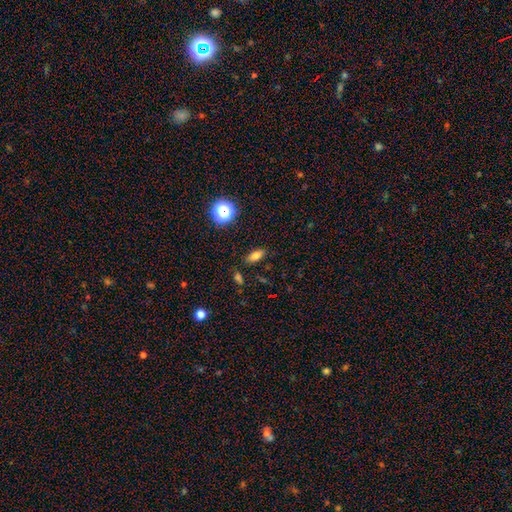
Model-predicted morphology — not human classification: A smooth galaxy with no disk features (76%) that is in between round and cigar-shaped (78%). Merging: none (86%).